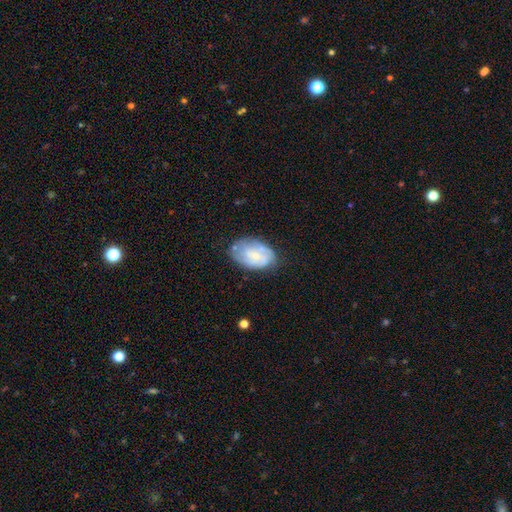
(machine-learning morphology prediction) This is possibly a featured or disk galaxy (58%). It is clearly not viewed edge-on (96%). Bar: likely no (63%). Spiral arm pattern: likely yes (74%). Central bulge: likely small (68%). Merging: likely none (64%).